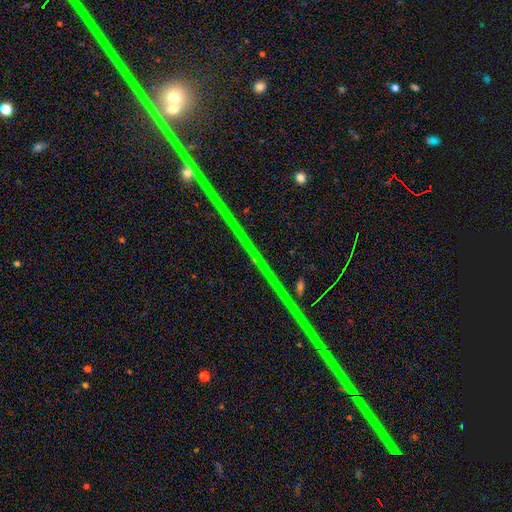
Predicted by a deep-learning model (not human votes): The model was most divided on "smooth or featured": star or artifact: 86%, featured or disk: 9%, smooth: 6%.